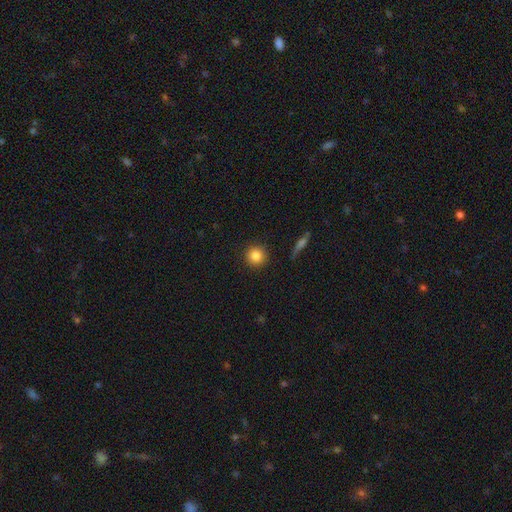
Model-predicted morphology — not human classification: Smooth or featured? Predicted: smooth (p=0.84). How rounded? Predicted: round (p=0.94). Merging? Predicted: none (p=0.91).